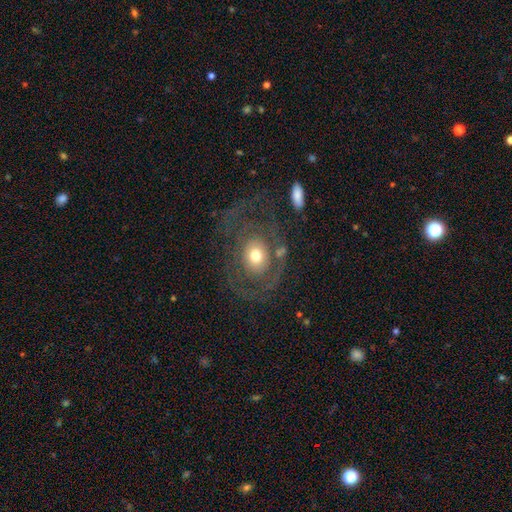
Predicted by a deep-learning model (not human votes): Smooth or featured?
  - featured or disk: 61% *
  - smooth: 31%
  - star or artifact: 8%
Edge-on disk?
  - no: 95% *
  - yes: 5%
Bar?
  - no: 86% *
  - weak: 11%
  - strong: 3%
Spiral arms?
  - yes: 62% *
  - no: 38%
Bulge size?
  - moderate: 61% *
  - small: 23%
  - large: 12%
  - dominant: 2%
  - none: 1%
Merging?
  - none: 57% *
  - major disturbance: 23%
  - minor disturbance: 16%
  - merger: 4%